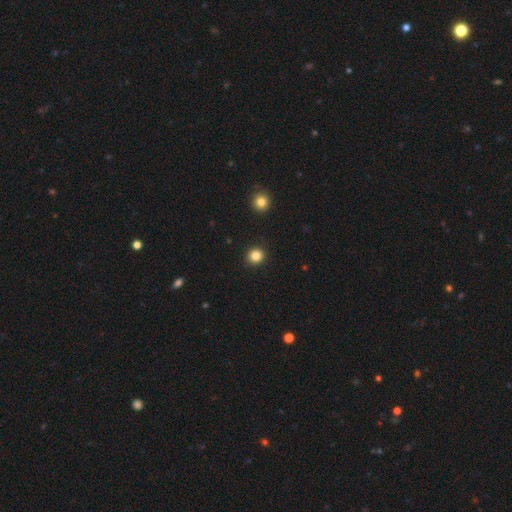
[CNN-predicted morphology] smooth 84%, star or artifact 11%, featured or disk 4%. Down the decision tree: how rounded — round (89%); merging — none (92%).